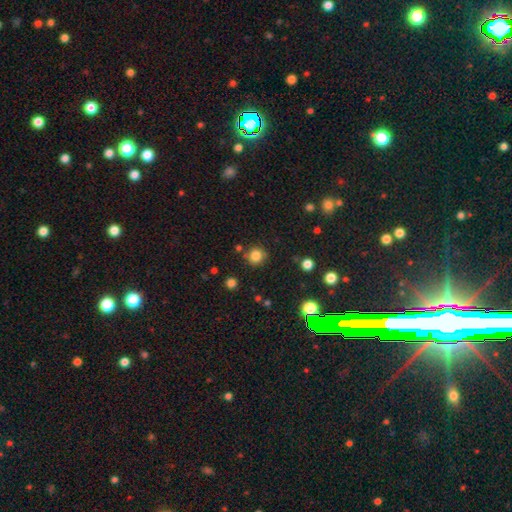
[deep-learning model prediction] A smooth galaxy with no disk features (82%) that is round (91%).

Vote fractions:
- Smooth or featured? smooth: 82% / star or artifact: 12% / featured or disk: 6%
- How rounded? round: 91% / in between: 8% / cigar-shaped: 1%
- Merging? none: 82% / minor disturbance: 10% / merger: 5% / major disturbance: 3%